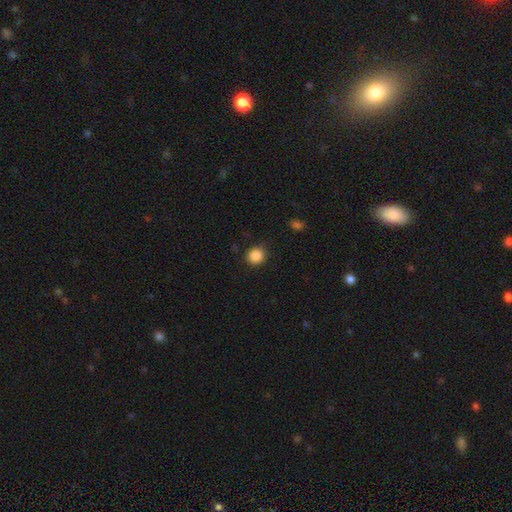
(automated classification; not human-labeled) A smooth galaxy with no disk features (87%) that is round (89%). Merging: none (85%).